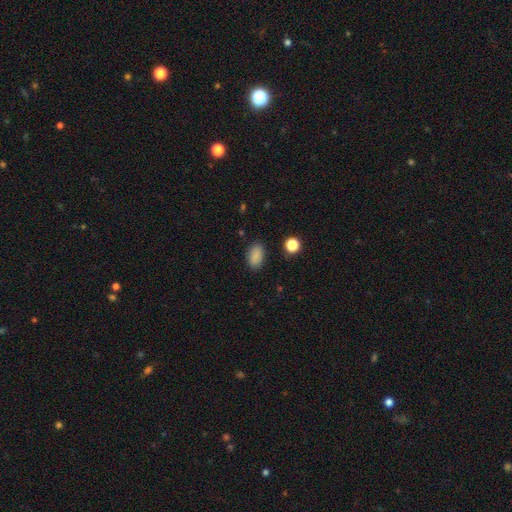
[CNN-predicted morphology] The model was most divided on "merging": none: 84%, minor disturbance: 11%, major disturbance: 3%, merger: 2%. More confident: how rounded — in between (89%); smooth or featured — smooth (87%).